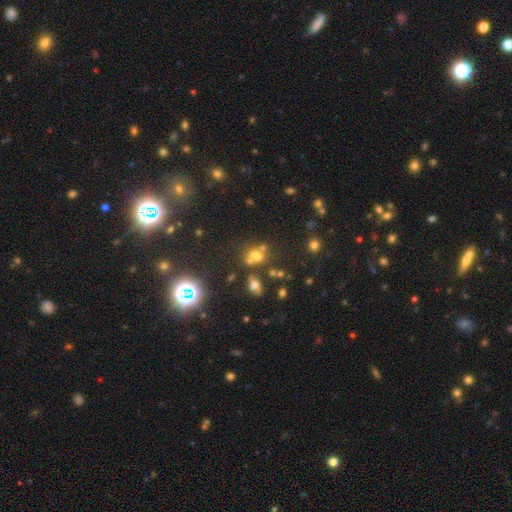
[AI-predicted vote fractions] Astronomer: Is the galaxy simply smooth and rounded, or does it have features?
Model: smooth — 52% (runner-up: star or artifact, 31%).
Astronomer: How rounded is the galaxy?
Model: in between — 52% (runner-up: round, 45%).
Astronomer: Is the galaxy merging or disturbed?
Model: none — 41% (runner-up: merger, 40%).